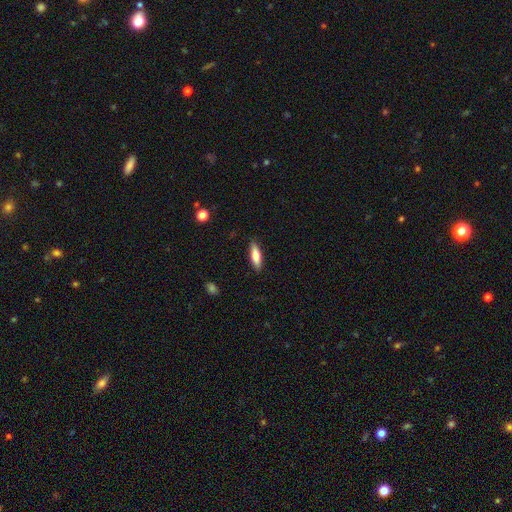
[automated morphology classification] Q: Smooth or featured?
A: smooth (75%); runner-up: featured or disk (19%)
Q: How rounded?
A: cigar-shaped (54%); runner-up: in between (44%)
Q: Merging?
A: none (88%); runner-up: minor disturbance (9%)